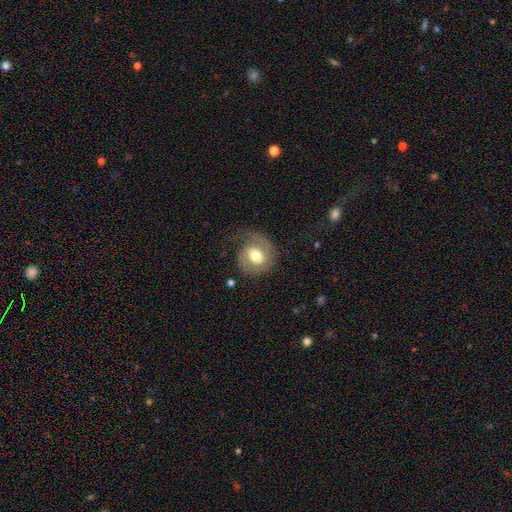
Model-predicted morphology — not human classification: Q: Smooth or featured?
A: featured or disk (51%); runner-up: smooth (42%)
Q: Edge-on disk?
A: no (96%); runner-up: yes (4%)
Q: Merging?
A: none (53%); runner-up: minor disturbance (22%)